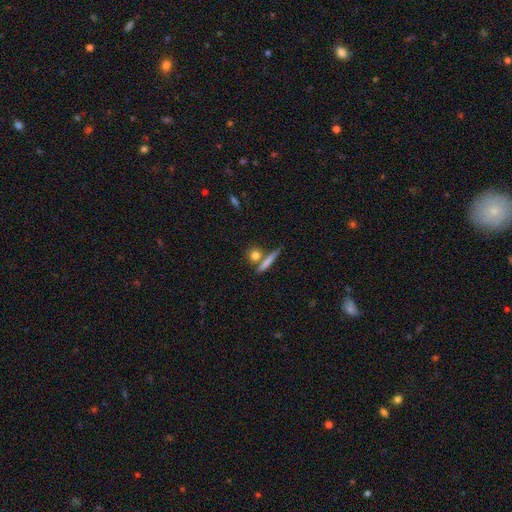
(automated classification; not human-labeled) This appears to be a smooth galaxy with no disk features (77%) that is round (55%). Merging: none (66%).